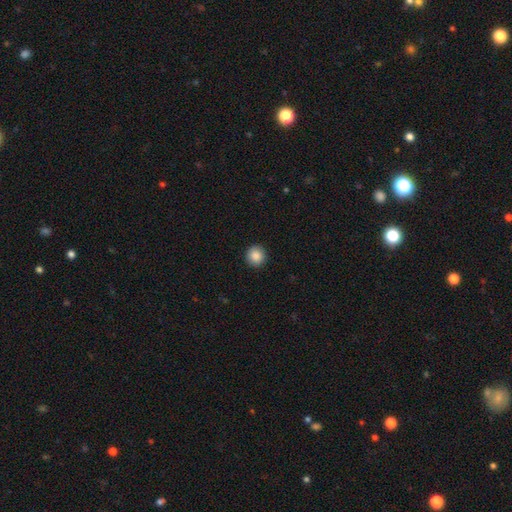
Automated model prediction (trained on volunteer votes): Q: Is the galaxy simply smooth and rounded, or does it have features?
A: smooth — 88%.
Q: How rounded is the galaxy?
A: round — 94%.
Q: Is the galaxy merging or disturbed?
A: none — 93%.